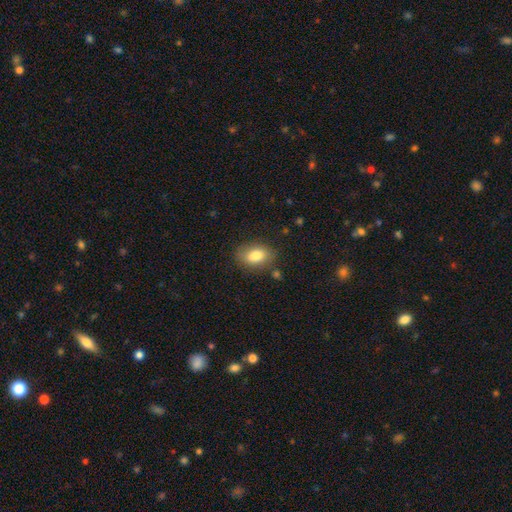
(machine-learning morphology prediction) Smooth or featured?
  - smooth: 82% *
  - featured or disk: 11%
  - star or artifact: 8%
How rounded?
  - in between: 84% *
  - round: 15%
  - cigar-shaped: 2%
Merging?
  - none: 80% *
  - minor disturbance: 14%
  - major disturbance: 4%
  - merger: 3%